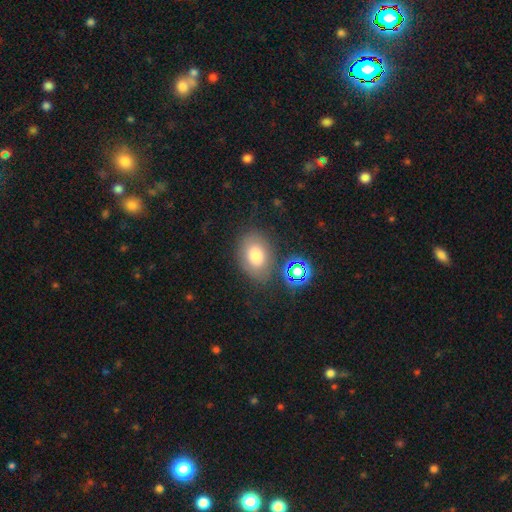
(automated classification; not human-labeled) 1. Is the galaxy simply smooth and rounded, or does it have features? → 73% smooth, 14% featured or disk, 13% star or artifact.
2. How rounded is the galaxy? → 74% in between, 25% round, 1% cigar-shaped.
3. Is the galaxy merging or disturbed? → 74% none, 15% minor disturbance, 6% merger, 5% major disturbance.